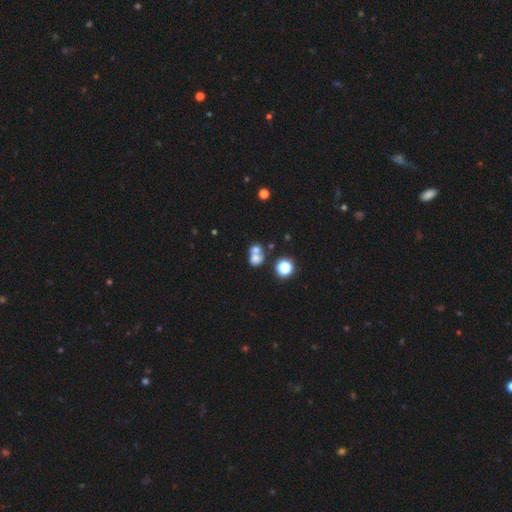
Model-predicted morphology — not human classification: smooth_or_featured: smooth (p=0.67) [alt: featured or disk p=0.17]
how_rounded: round (p=0.68) [alt: in between p=0.30]
merging: merger (p=0.60) [alt: none p=0.28]